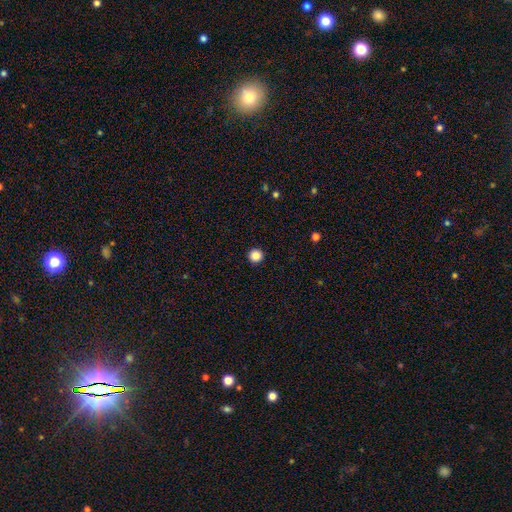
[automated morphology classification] smooth-or-featured: smooth: 87% | star or artifact: 10% | featured or disk: 3%
  how-rounded: round: 97% | in between: 2% | cigar-shaped: 1%
  merging: none: 94% | minor disturbance: 3% | major disturbance: 1% | merger: 1%